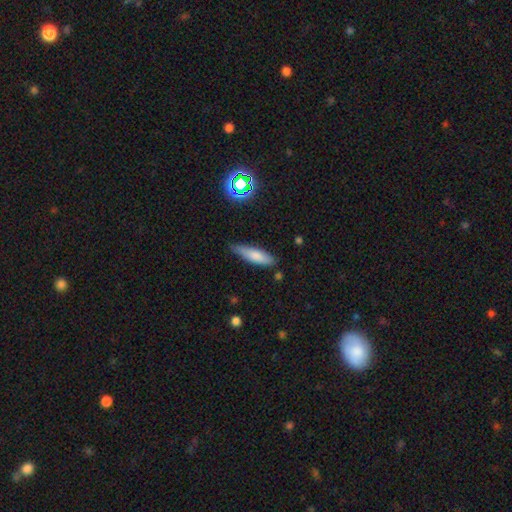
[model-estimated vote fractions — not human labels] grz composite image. It shows a smooth galaxy with no disk features (75%) that is cigar-shaped (65%). Merging: none (74%).